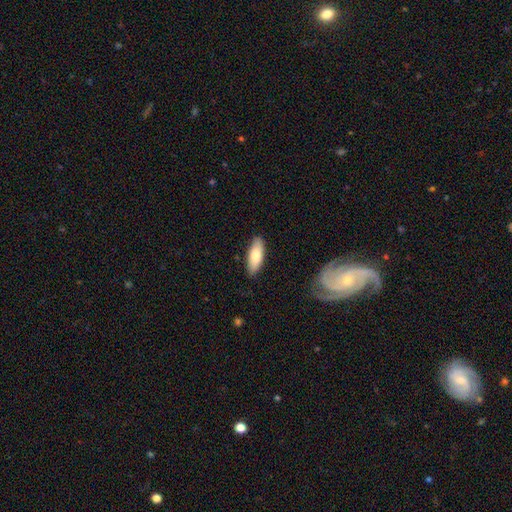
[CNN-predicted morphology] This is clearly a smooth galaxy (80%). How rounded: likely in between (74%). Merging: clearly none (85%).